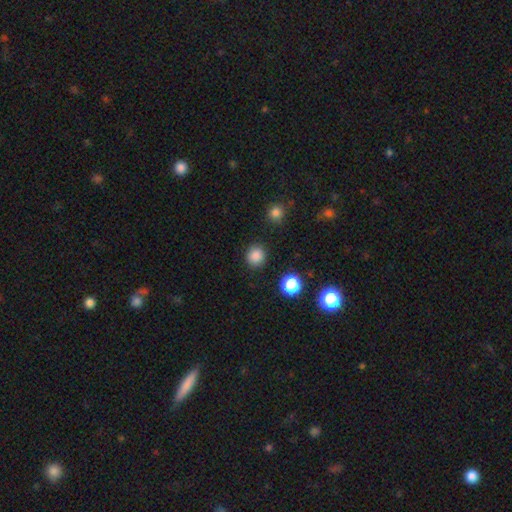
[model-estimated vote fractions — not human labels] Q: Smooth or featured?
A: smooth (85%); runner-up: star or artifact (12%)
Q: How rounded?
A: round (87%); runner-up: in between (12%)
Q: Merging?
A: none (89%); runner-up: minor disturbance (7%)